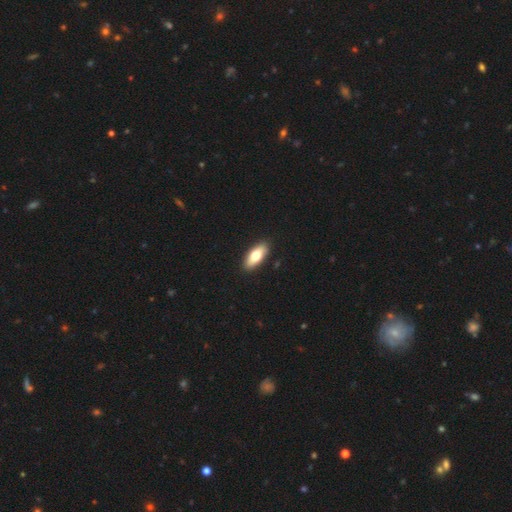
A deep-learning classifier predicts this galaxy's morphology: Overall: smooth (73%). How rounded: in between (77%). Merging: none (90%).